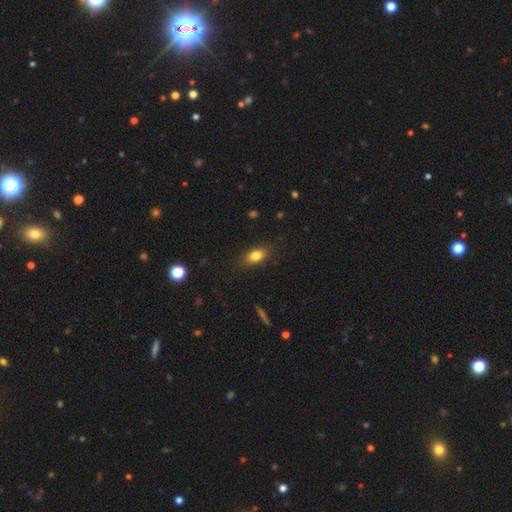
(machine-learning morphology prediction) The model was most divided on "smooth or featured": smooth: 82%, star or artifact: 9%, featured or disk: 9%. More confident: merging — none (84%); how rounded — in between (83%).